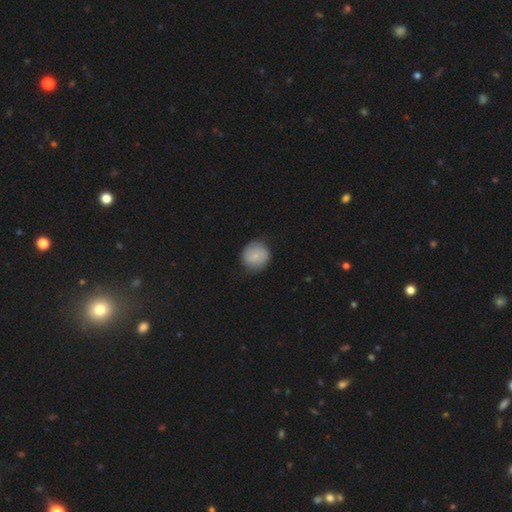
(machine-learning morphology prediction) Smooth or featured: smooth — 81% (featured or disk — 13%)
How rounded: round — 90% (in between — 9%)
Merging: none — 81% (minor disturbance — 15%)